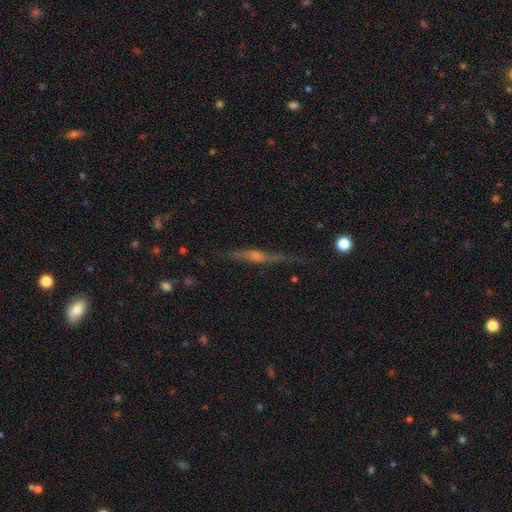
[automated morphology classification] Smooth or featured: featured or disk — 73% (smooth — 17%)
Edge-on disk: yes — 96% (no — 4%)
Edge-on bulge: rounded — 71% (none — 15%)
Merging: none — 79% (minor disturbance — 14%)